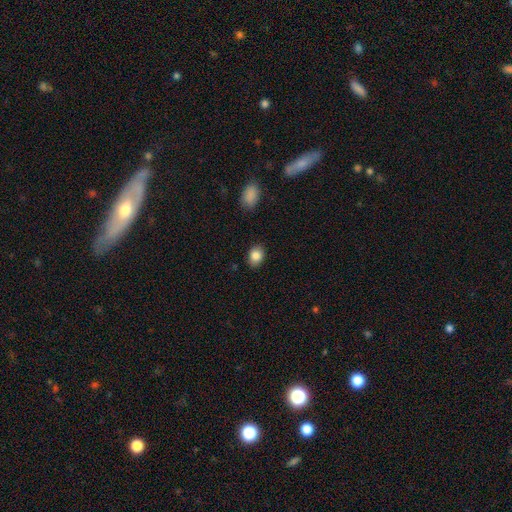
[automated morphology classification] Smooth or featured? smooth (86%)
How rounded? in between (64%)
Merging? none (86%)